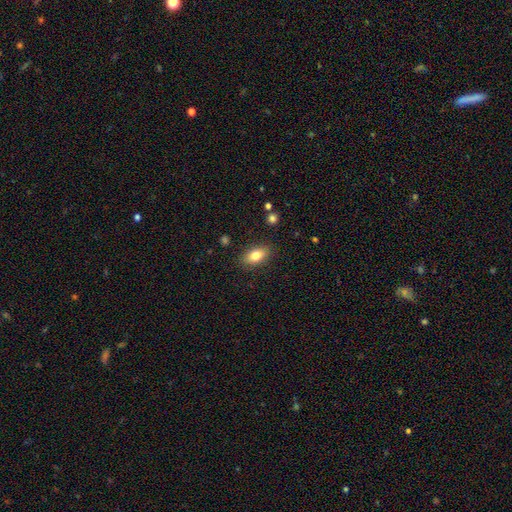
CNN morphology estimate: smooth_or_featured: smooth (p=0.80) [alt: featured or disk p=0.13]
how_rounded: in between (p=0.88) [alt: round p=0.07]
merging: none (p=0.86) [alt: minor disturbance p=0.10]